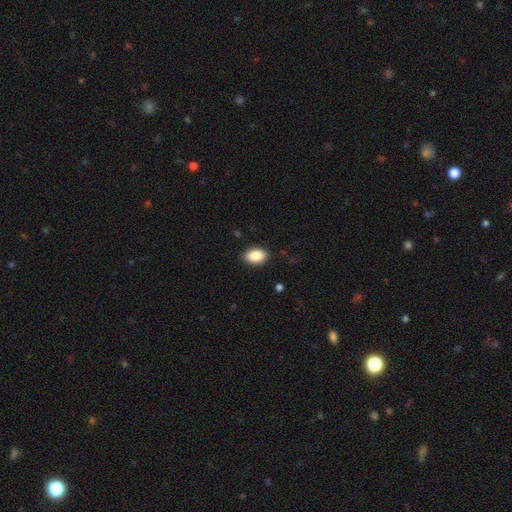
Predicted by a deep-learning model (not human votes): smooth_or_featured: smooth (p=0.88) [alt: star or artifact p=0.07]
how_rounded: in between (p=0.91) [alt: round p=0.07]
merging: none (p=0.88) [alt: minor disturbance p=0.09]